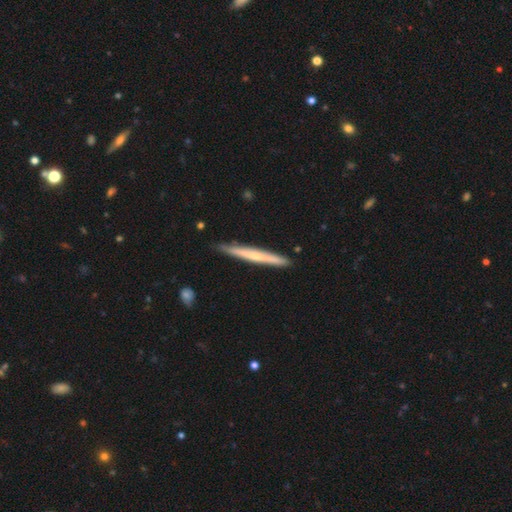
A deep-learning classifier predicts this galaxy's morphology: Smooth or featured? Predicted: featured or disk (p=0.48). Merging? Predicted: none (p=0.88).